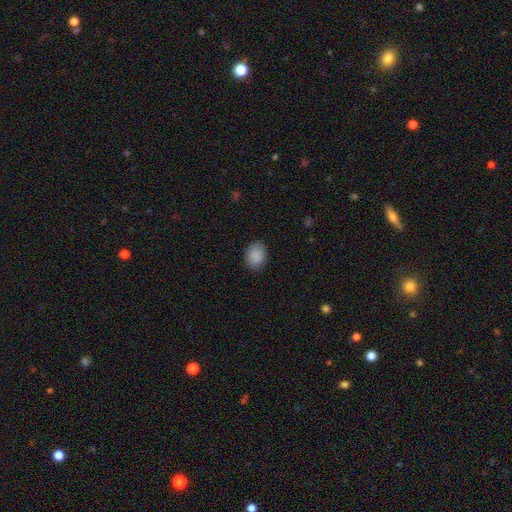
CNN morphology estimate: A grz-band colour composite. It shows a smooth galaxy with no disk features (89%) that is in between round and cigar-shaped (60%). Merging: none (84%).